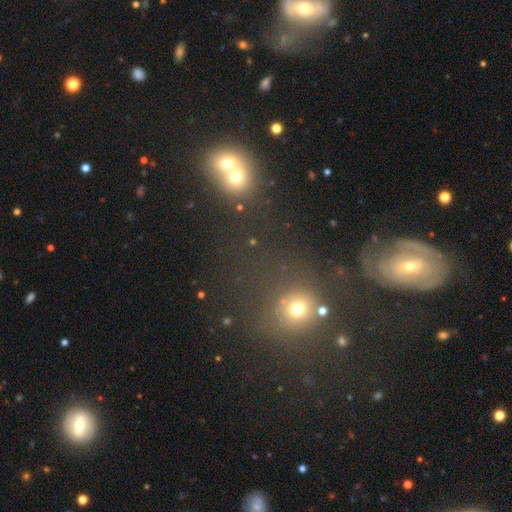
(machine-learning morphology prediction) This appears to be a smooth galaxy with no disk features (49%). Merging: none (61%).